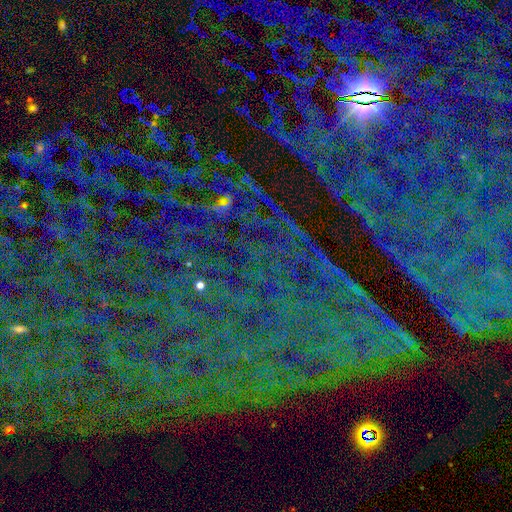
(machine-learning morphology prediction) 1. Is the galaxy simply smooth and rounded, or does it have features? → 84% star or artifact, 8% smooth, 8% featured or disk.